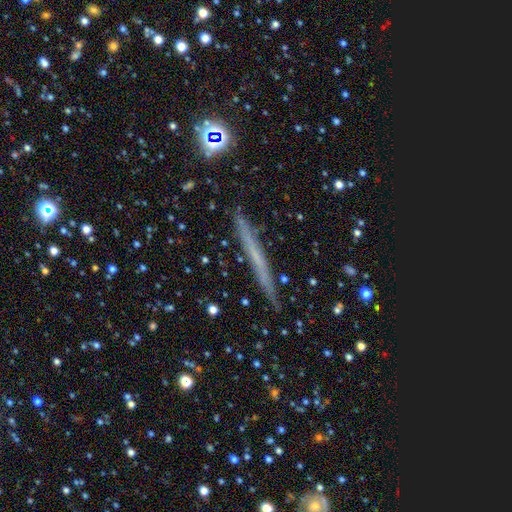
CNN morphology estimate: This is marginally a featured or disk galaxy (41%). Merging: clearly none (88%).